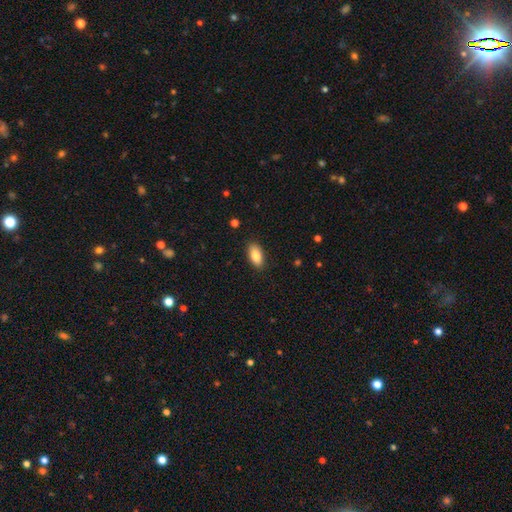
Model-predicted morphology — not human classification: type=smooth (86%); roundness=in between (91%); merging=none (88%).